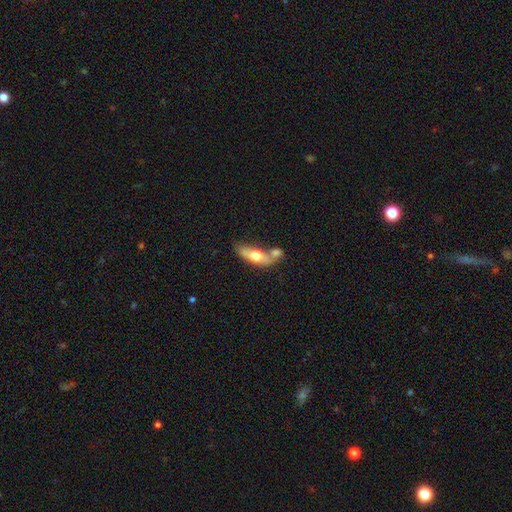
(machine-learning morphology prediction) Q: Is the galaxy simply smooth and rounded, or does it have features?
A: smooth — 59%.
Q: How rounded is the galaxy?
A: in between — 62%.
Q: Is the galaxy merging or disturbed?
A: merger — 46%.